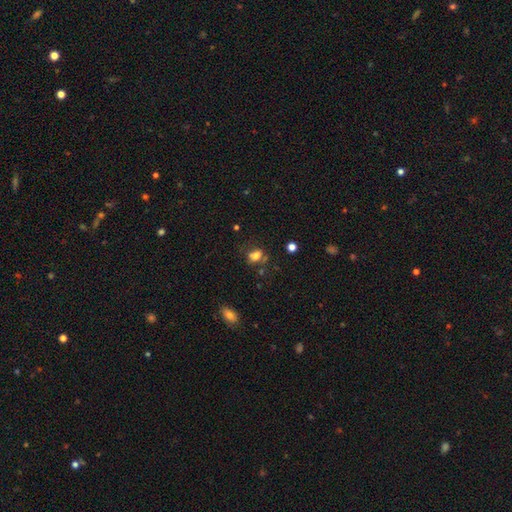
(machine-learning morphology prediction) This appears to be a smooth galaxy with no disk features (71%) that is in between round and cigar-shaped (72%). Merging: none (57%).